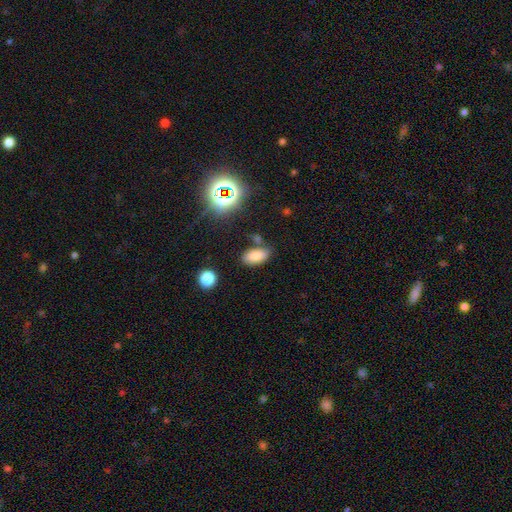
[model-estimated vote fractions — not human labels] smooth-or-featured: smooth: 79% | star or artifact: 13% | featured or disk: 8%
  how-rounded: in between: 92% | round: 5% | cigar-shaped: 3%
  merging: none: 76% | minor disturbance: 13% | merger: 7% | major disturbance: 4%